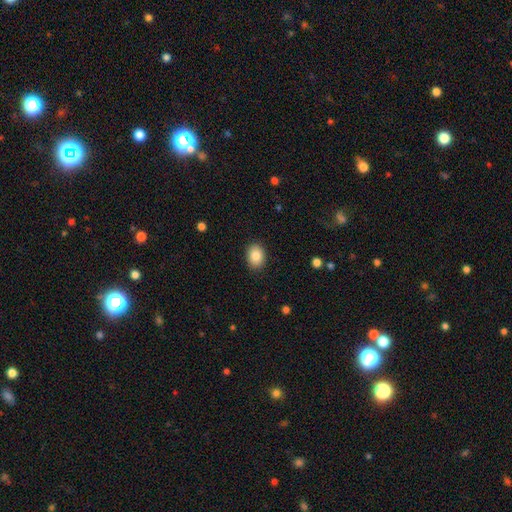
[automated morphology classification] A smooth galaxy with no disk features (86%) that is in between round and cigar-shaped (66%).

Vote fractions:
- Smooth or featured? smooth: 86% / star or artifact: 8% / featured or disk: 6%
- How rounded? in between: 66% / round: 33% / cigar-shaped: 1%
- Merging? none: 89% / minor disturbance: 8% / major disturbance: 2% / merger: 1%